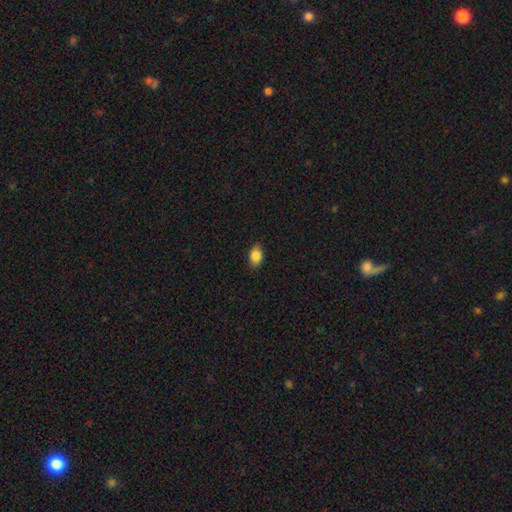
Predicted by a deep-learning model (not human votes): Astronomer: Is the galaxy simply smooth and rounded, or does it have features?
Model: smooth — 86%.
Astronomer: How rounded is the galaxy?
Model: in between — 86%.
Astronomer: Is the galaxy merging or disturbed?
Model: none — 87%.